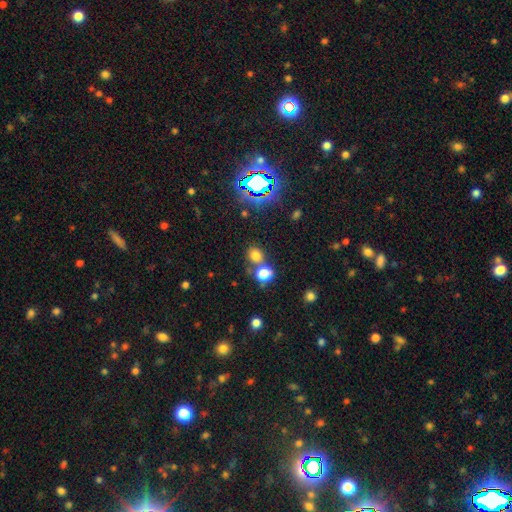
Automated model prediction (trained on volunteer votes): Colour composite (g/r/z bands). It shows a smooth galaxy with no disk features (70%) that is round (72%). Merging: none (59%).